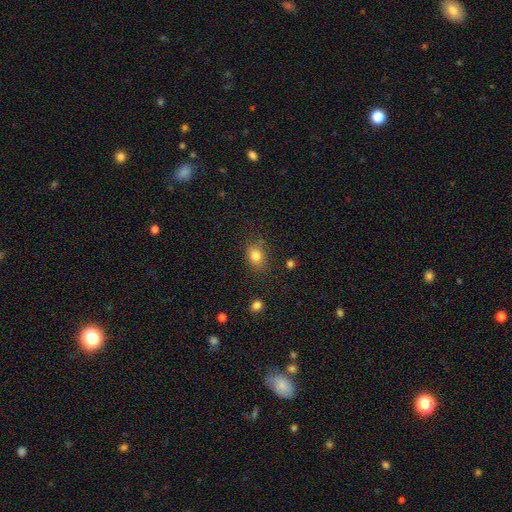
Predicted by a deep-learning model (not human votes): Morphology: type=smooth (82%); roundness=in between (53%); merging=none (76%).